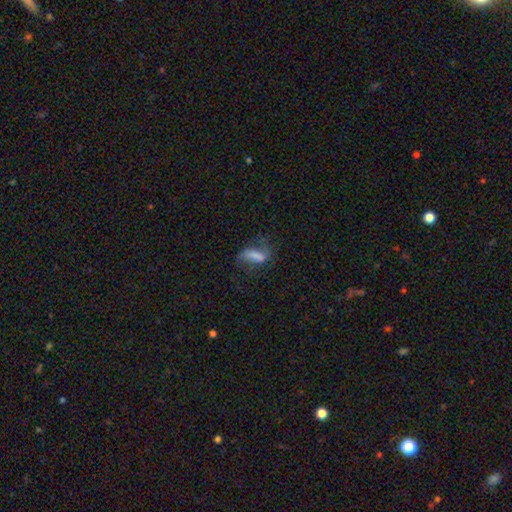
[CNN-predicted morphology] Overall: featured or disk (46%; smooth 43%). Merging: none (50%; major disturbance 25%).